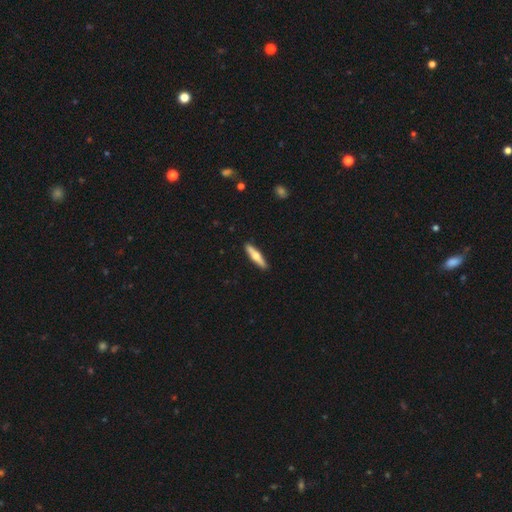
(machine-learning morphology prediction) Q: Smooth or featured?
A: smooth (48%); runner-up: featured or disk (47%)
Q: Merging?
A: none (91%); runner-up: minor disturbance (7%)